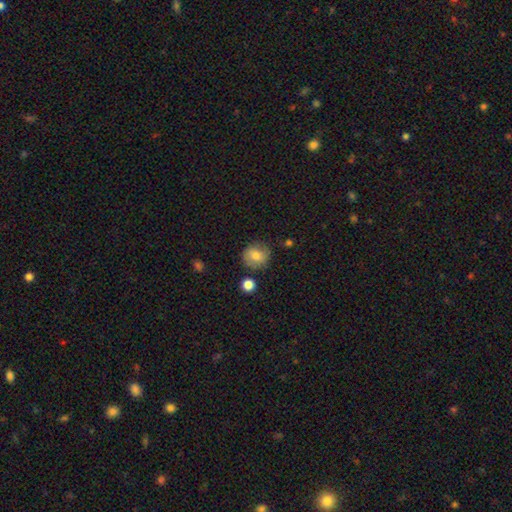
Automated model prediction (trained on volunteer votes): smooth 77%, featured or disk 14%, star or artifact 9%. Down the decision tree: how rounded — round (83%); merging — none (76%).